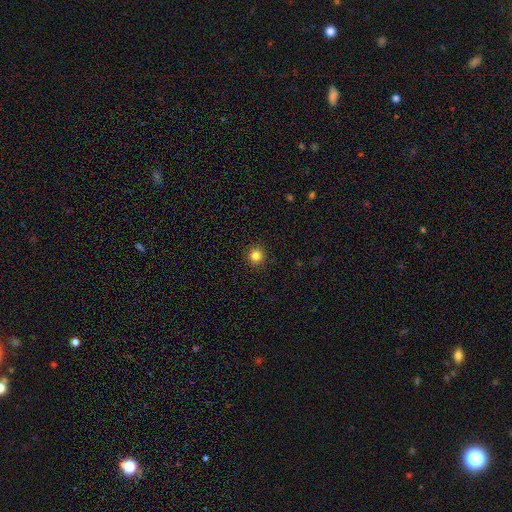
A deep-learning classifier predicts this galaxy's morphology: Q: Smooth or featured?
A: smooth (82%); runner-up: star or artifact (13%)
Q: How rounded?
A: round (94%); runner-up: in between (5%)
Q: Merging?
A: none (92%); runner-up: minor disturbance (5%)